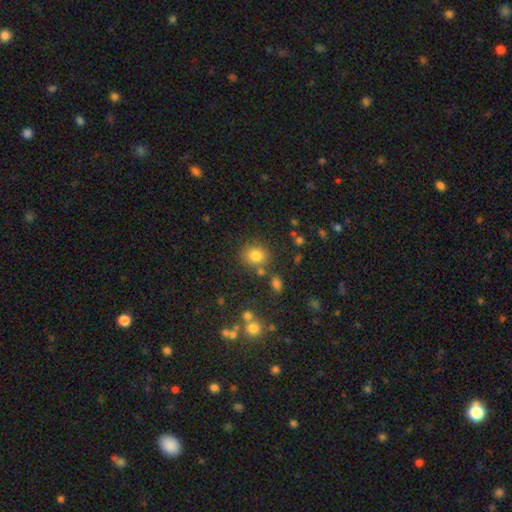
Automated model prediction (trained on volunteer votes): Smooth or featured? Predicted: smooth (p=0.79). How rounded? Predicted: round (p=0.72). Merging? Predicted: none (p=0.76).